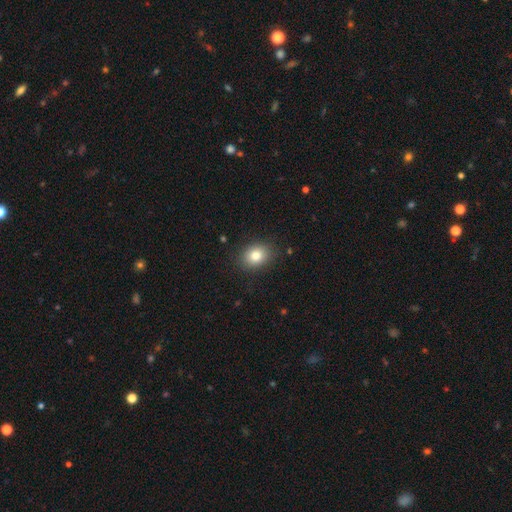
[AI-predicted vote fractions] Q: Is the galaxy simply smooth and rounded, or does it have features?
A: smooth — 80%.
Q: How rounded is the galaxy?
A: in between — 52%.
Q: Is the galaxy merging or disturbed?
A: none — 87%.